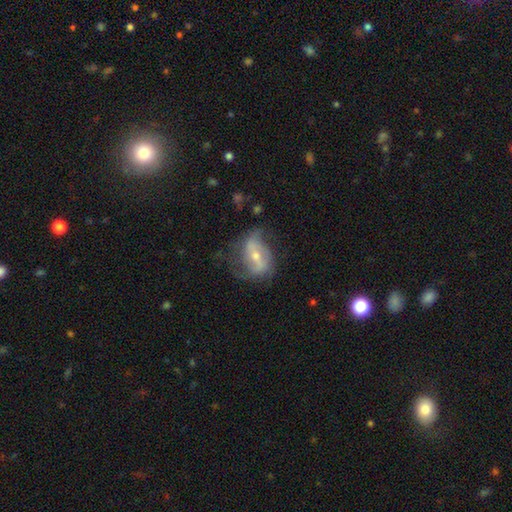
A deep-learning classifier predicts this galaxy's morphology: Overall: featured or disk (74%). Edge-on disk: no (94%). Bar: strong (40%; weak 36%). Spiral arms: yes (84%). Spiral arm count: 2 (75%). Spiral winding: loose (49%; medium 35%). Bulge size: small (51%; moderate 45%). Merging: none (56%; minor disturbance 25%).